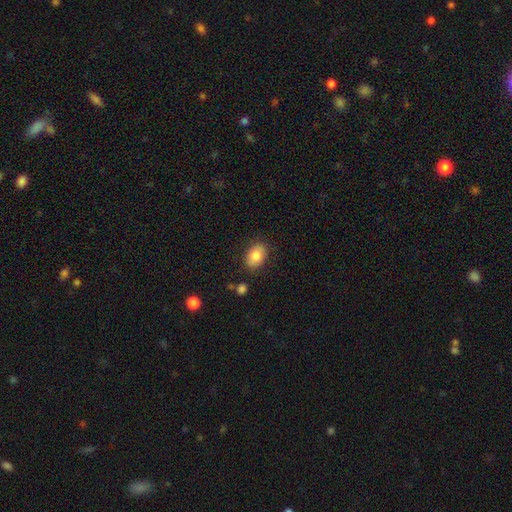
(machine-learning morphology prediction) Smooth or featured? smooth (83%)
How rounded? in between (81%)
Merging? none (84%)